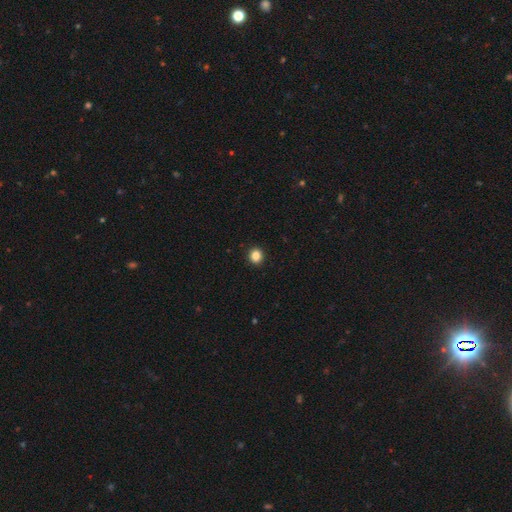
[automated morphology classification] This is clearly a smooth galaxy (87%). How rounded: clearly round (82%). Merging: clearly none (93%).